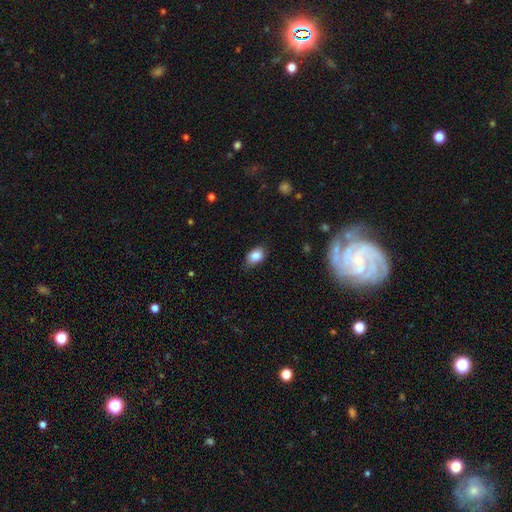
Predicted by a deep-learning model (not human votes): smooth 84%, star or artifact 8%, featured or disk 8%. Down the decision tree: how rounded — in between (84%); merging — none (77%).